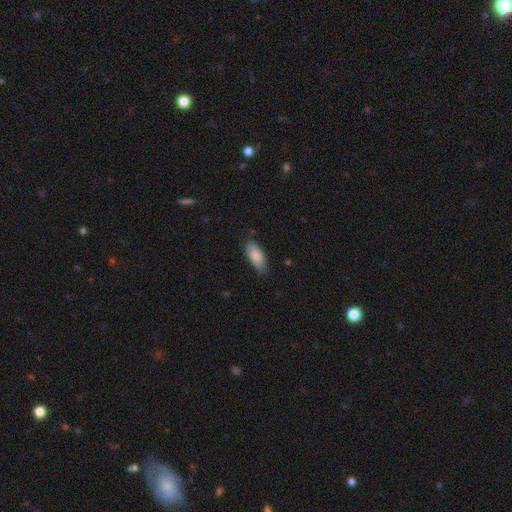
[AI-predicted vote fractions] This is clearly a smooth galaxy (86%). How rounded: clearly in between (83%). Merging: likely none (72%).